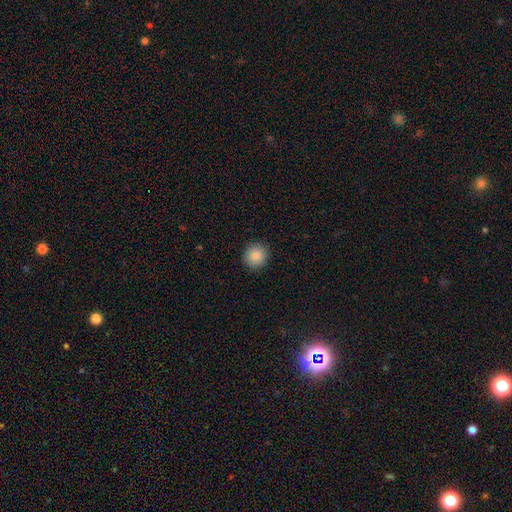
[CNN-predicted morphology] smooth-or-featured: smooth: 84% | star or artifact: 9% | featured or disk: 6%
  how-rounded: round: 87% | in between: 12% | cigar-shaped: 1%
  merging: none: 91% | minor disturbance: 6% | major disturbance: 2% | merger: 1%